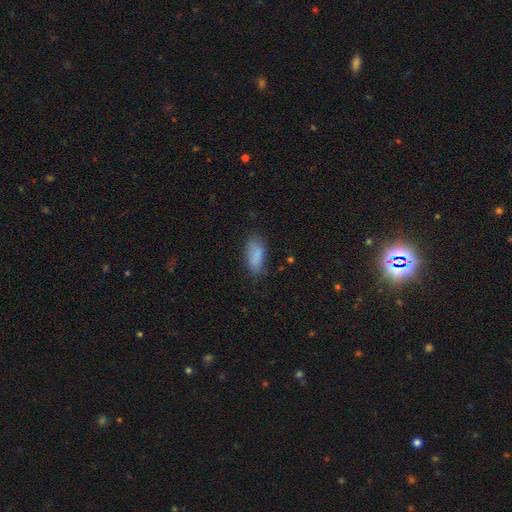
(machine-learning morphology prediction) Smooth or featured: smooth — 84% (featured or disk — 8%)
How rounded: in between — 85% (cigar-shaped — 12%)
Merging: none — 71% (minor disturbance — 21%)